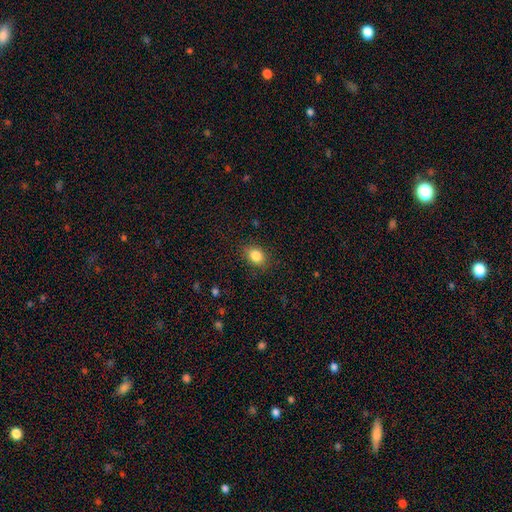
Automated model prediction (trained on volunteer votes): The model was most divided on "how rounded": in between: 62%, round: 37%, cigar-shaped: 1%. More confident: smooth or featured — smooth (85%); merging — none (84%).